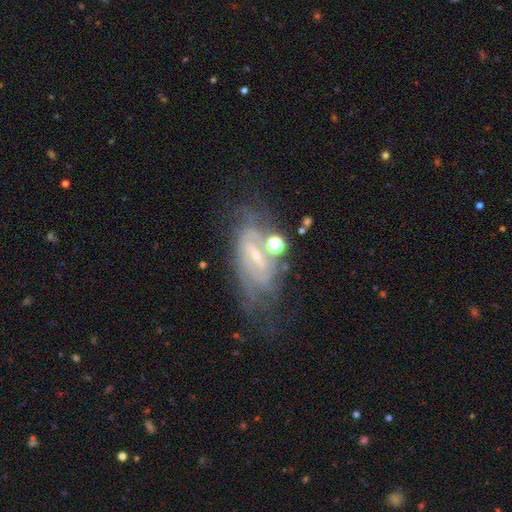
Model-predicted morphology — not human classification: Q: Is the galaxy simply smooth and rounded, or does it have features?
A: featured or disk — 77%.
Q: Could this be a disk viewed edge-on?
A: no — 91%.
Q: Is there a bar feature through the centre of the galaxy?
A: weak — 43%.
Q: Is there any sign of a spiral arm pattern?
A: yes — 82%.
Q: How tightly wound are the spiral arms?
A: tight — 52%.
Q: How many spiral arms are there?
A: can't tell — 46%.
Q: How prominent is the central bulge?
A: small — 70%.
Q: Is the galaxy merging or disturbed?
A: none — 53%.